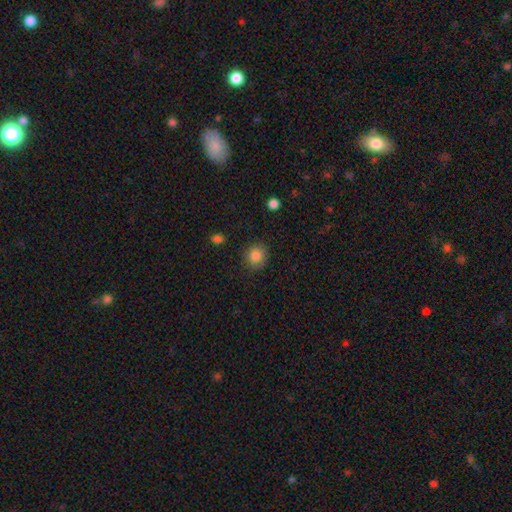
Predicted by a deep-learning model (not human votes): Smooth or featured?
  - smooth: 84% *
  - star or artifact: 10%
  - featured or disk: 6%
How rounded?
  - round: 82% *
  - in between: 17%
  - cigar-shaped: 1%
Merging?
  - none: 86% *
  - minor disturbance: 10%
  - major disturbance: 3%
  - merger: 1%